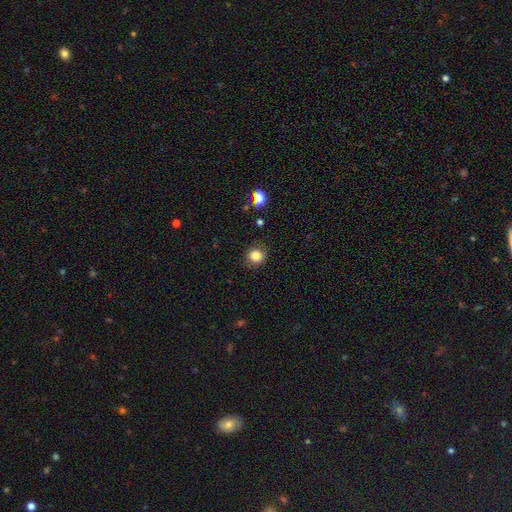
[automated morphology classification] Smooth or featured: smooth — 83% (star or artifact — 12%)
How rounded: round — 89% (in between — 10%)
Merging: none — 87% (minor disturbance — 9%)